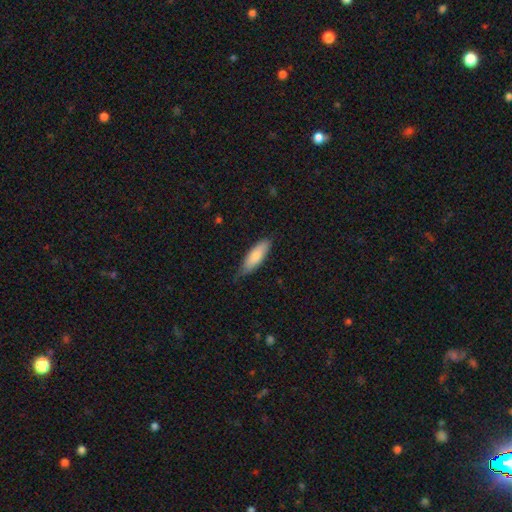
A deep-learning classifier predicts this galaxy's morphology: smooth-or-featured: smooth: 79% | featured or disk: 16% | star or artifact: 6%
  how-rounded: in between: 59% | cigar-shaped: 39% | round: 2%
  merging: none: 70% | minor disturbance: 25% | major disturbance: 4% | merger: 1%